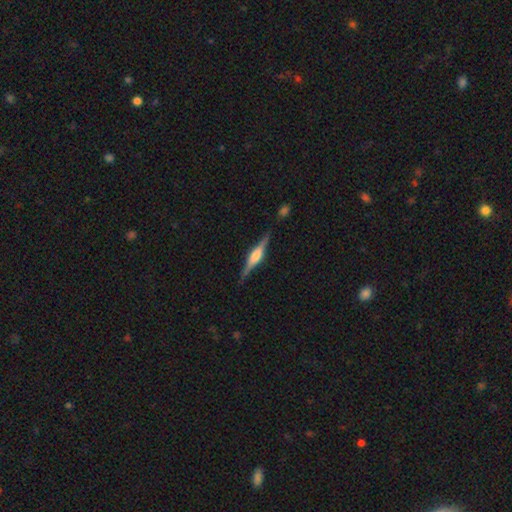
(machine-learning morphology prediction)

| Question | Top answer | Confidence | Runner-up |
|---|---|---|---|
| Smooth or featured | featured or disk | 79% | smooth (15%) |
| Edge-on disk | yes | 98% | no (2%) |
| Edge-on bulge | rounded | 73% | boxy (24%) |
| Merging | none | 87% | minor disturbance (9%) |